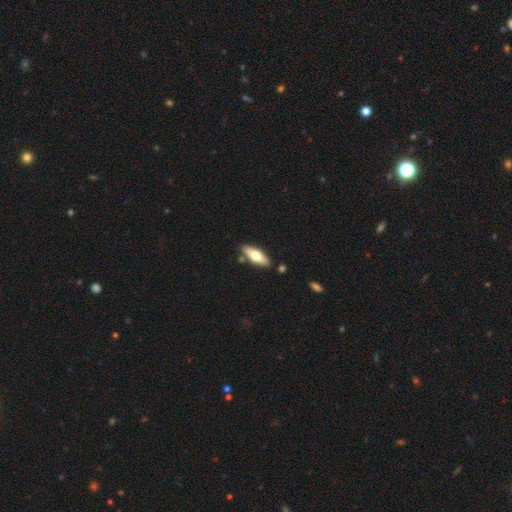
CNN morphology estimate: Smooth or featured: smooth — 60% (featured or disk — 35%)
How rounded: in between — 64% (cigar-shaped — 34%)
Merging: none — 84% (minor disturbance — 10%)